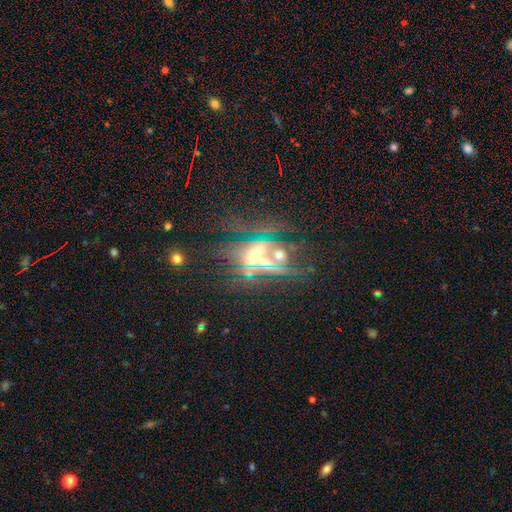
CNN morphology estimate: Smooth or featured? Predicted: featured or disk (p=0.39). Merging? Predicted: none (p=0.38).